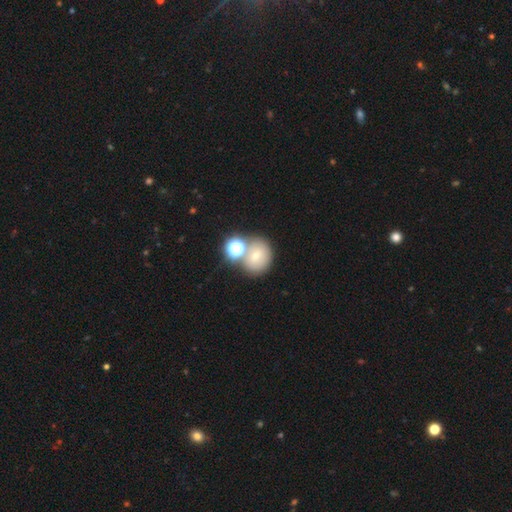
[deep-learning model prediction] A smooth galaxy with no disk features (60%) that is round (68%). Merging: none (52%).